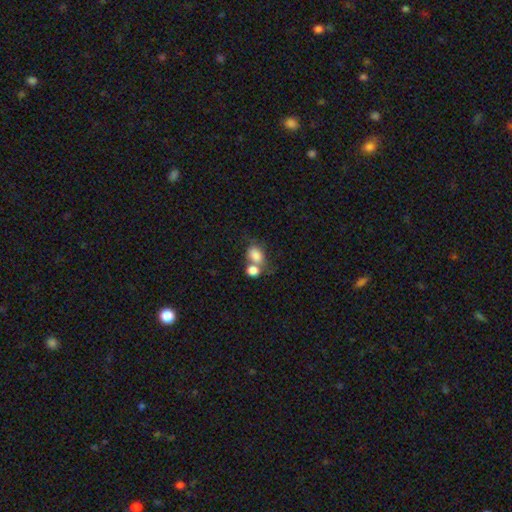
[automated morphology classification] This is clearly a smooth galaxy (80%). How rounded: likely in between (68%). Merging: possibly merger (53%).